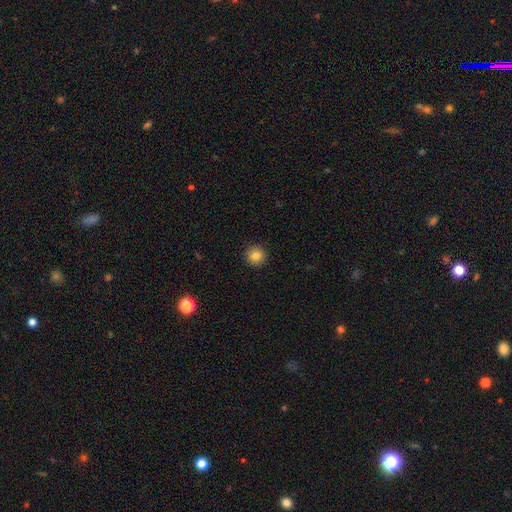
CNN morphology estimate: type=smooth (83%); roundness=round (93%); merging=none (92%).